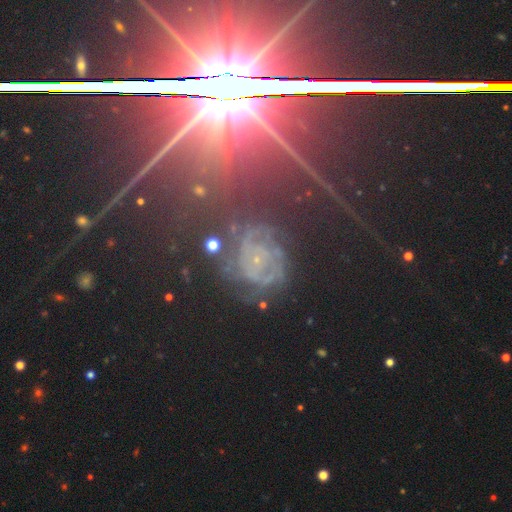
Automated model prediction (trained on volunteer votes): smooth-or-featured: star or artifact: 51% | featured or disk: 37% | smooth: 12%